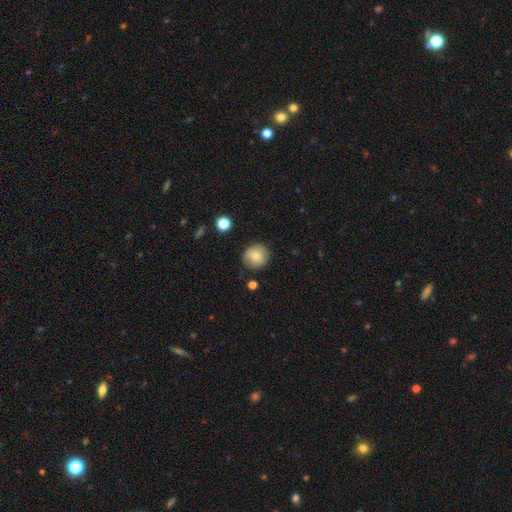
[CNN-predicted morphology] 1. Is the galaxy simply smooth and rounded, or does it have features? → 74% smooth, 17% featured or disk, 9% star or artifact.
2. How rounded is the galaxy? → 93% round, 6% in between, 1% cigar-shaped.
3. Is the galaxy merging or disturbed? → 80% none, 15% minor disturbance, 3% major disturbance, 2% merger.